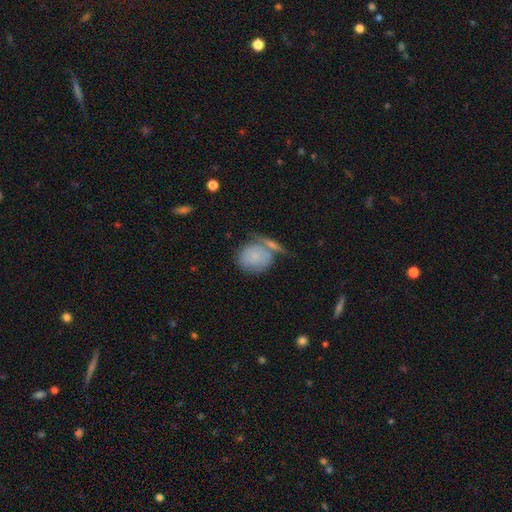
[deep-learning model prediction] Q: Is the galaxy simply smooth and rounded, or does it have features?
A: smooth — 67%.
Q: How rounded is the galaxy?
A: round — 72%.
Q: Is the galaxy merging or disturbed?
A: none — 42%.